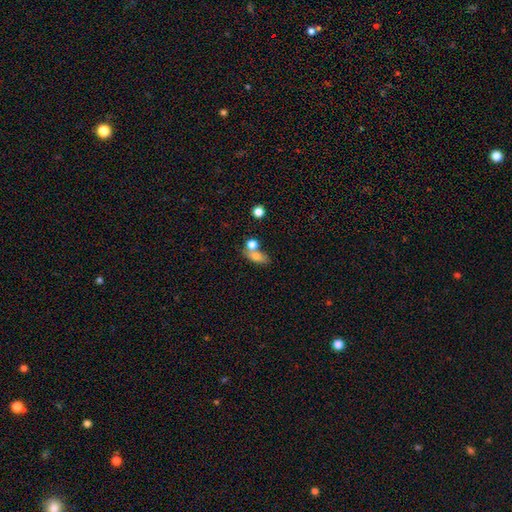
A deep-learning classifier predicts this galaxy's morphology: Q: Smooth or featured?
A: smooth (73%); runner-up: featured or disk (16%)
Q: How rounded?
A: in between (75%); runner-up: round (18%)
Q: Merging?
A: merger (41%); runner-up: none (40%)